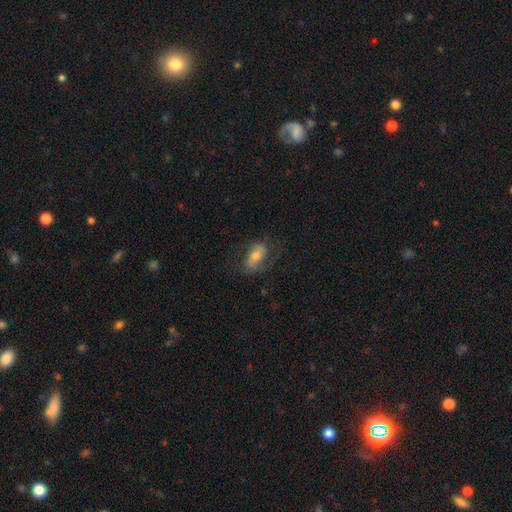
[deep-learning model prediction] smooth-or-featured: featured or disk: 52% | smooth: 39% | star or artifact: 9%
  disk-edge-on: no: 91% | yes: 9%
  merging: none: 67% | minor disturbance: 19% | major disturbance: 13% | merger: 1%